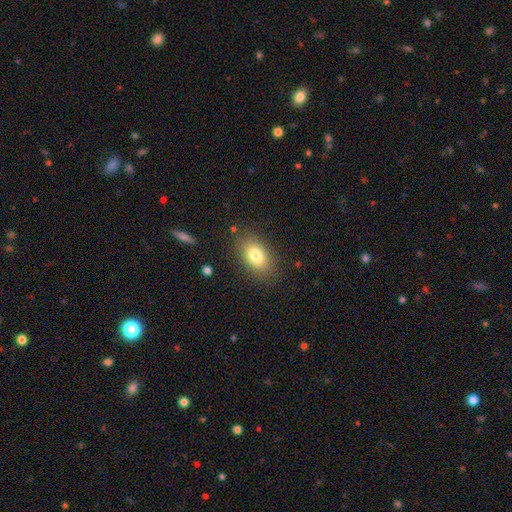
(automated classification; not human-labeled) Smooth or featured: smooth — 80% (featured or disk — 11%)
How rounded: in between — 87% (round — 11%)
Merging: none — 83% (minor disturbance — 12%)